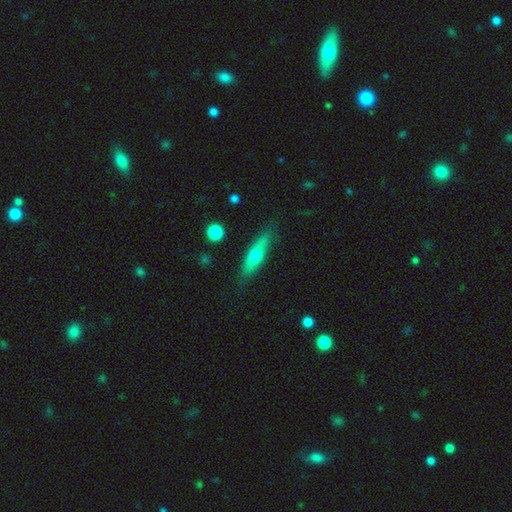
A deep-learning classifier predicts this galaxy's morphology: smooth_or_featured: smooth (p=0.57) [alt: featured or disk p=0.37]
how_rounded: cigar-shaped (p=0.66) [alt: in between p=0.31]
merging: none (p=0.82) [alt: minor disturbance p=0.14]